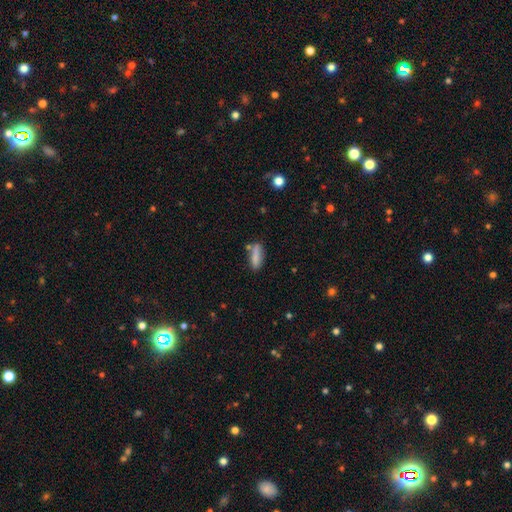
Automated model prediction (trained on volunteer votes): A smooth galaxy with no disk features (82%) that is cigar-shaped (54%). Merging: none (71%).